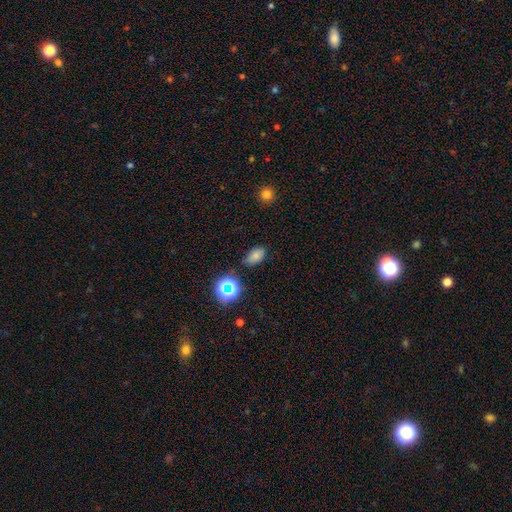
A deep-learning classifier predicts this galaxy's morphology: Smooth or featured?
  - smooth: 74% *
  - star or artifact: 17%
  - featured or disk: 8%
How rounded?
  - in between: 89% *
  - round: 10%
  - cigar-shaped: 2%
Merging?
  - none: 78% *
  - minor disturbance: 16%
  - major disturbance: 4%
  - merger: 3%